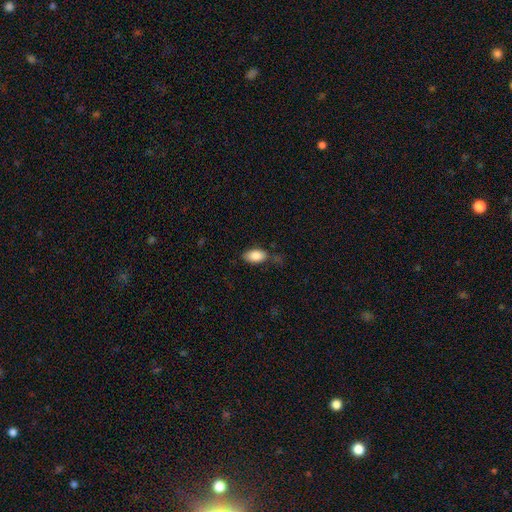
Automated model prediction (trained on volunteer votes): Morphology: type=smooth (87%); roundness=in between (93%); merging=none (68%).